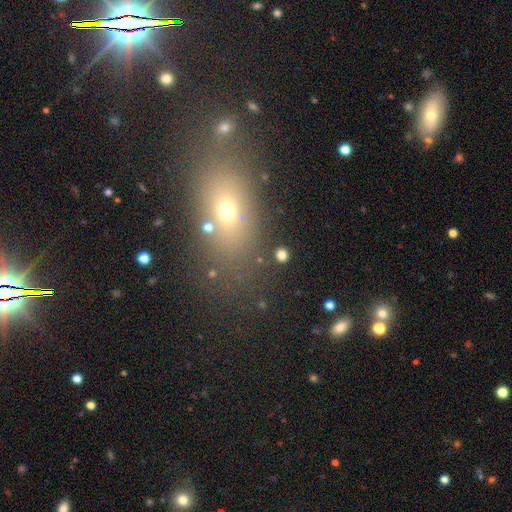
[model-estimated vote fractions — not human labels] This is possibly a smooth galaxy (49%). Merging: likely none (79%).